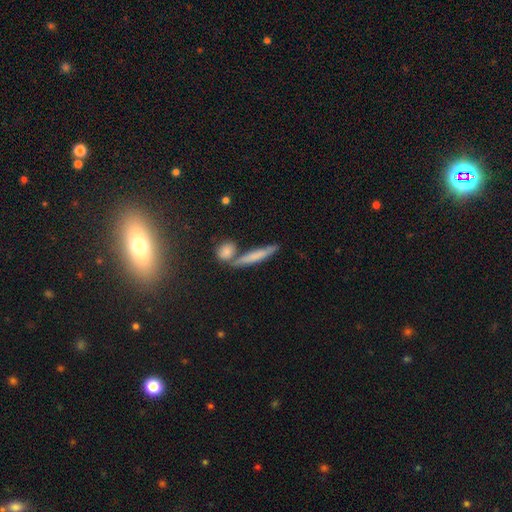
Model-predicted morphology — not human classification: Q: Smooth or featured?
A: smooth (66%); runner-up: featured or disk (26%)
Q: How rounded?
A: cigar-shaped (85%); runner-up: in between (11%)
Q: Merging?
A: none (67%); runner-up: merger (18%)